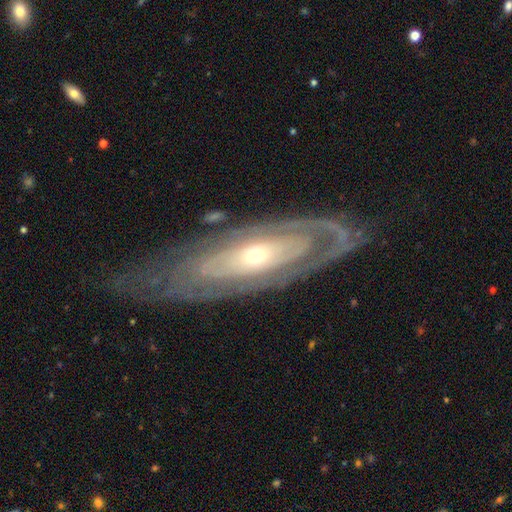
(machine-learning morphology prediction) Smooth or featured?
  - featured or disk: 81% *
  - smooth: 14%
  - star or artifact: 6%
Edge-on disk?
  - no: 82% *
  - yes: 18%
Bar?
  - no: 81% *
  - weak: 13%
  - strong: 7%
Spiral arms?
  - yes: 70% *
  - no: 30%
Bulge size?
  - small: 55% *
  - moderate: 40%
  - large: 3%
  - dominant: 1%
  - none: 1%
Merging?
  - none: 75% *
  - minor disturbance: 15%
  - major disturbance: 8%
  - merger: 2%